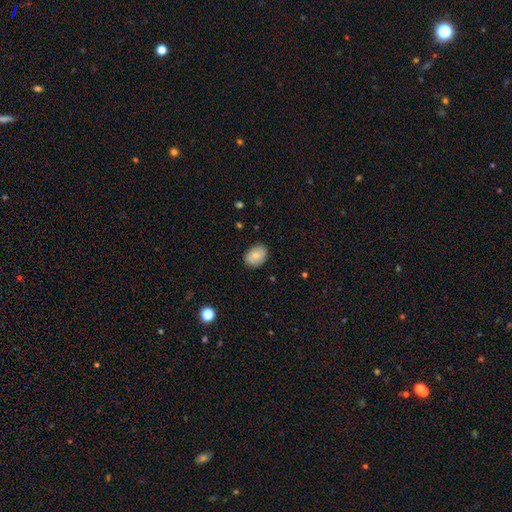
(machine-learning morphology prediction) Overall: smooth (74%). How rounded: in between (74%). Merging: none (83%).